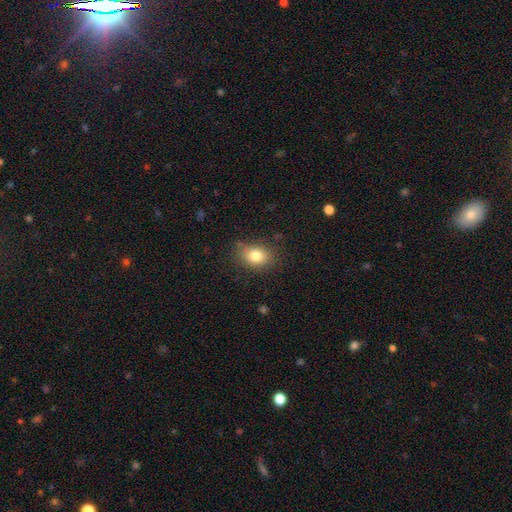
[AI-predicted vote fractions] smooth_or_featured: smooth (p=0.80) [alt: star or artifact p=0.10]
how_rounded: in between (p=0.67) [alt: round p=0.31]
merging: none (p=0.76) [alt: minor disturbance p=0.18]